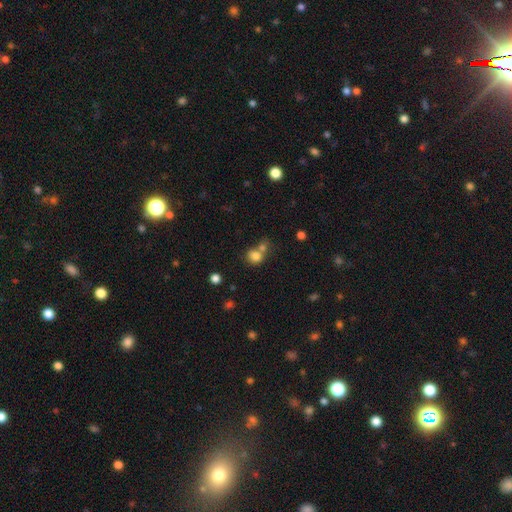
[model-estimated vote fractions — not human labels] smooth-or-featured: smooth: 80% | star or artifact: 12% | featured or disk: 9%
  how-rounded: round: 67% | in between: 32% | cigar-shaped: 1%
  merging: merger: 46% | none: 40% | minor disturbance: 9% | major disturbance: 5%